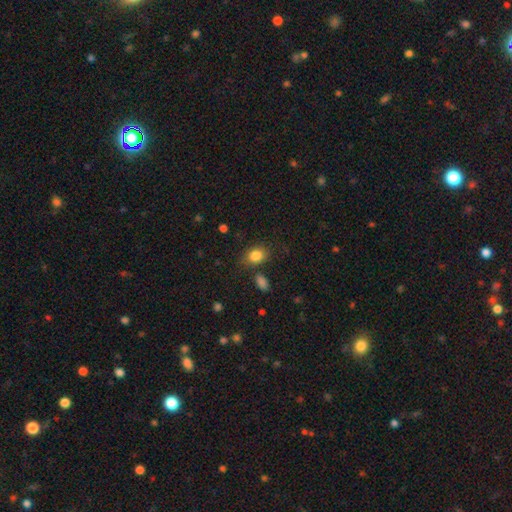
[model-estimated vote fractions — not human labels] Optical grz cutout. It shows a smooth galaxy with no disk features (84%) that is in between round and cigar-shaped (58%). Merging: none (74%).